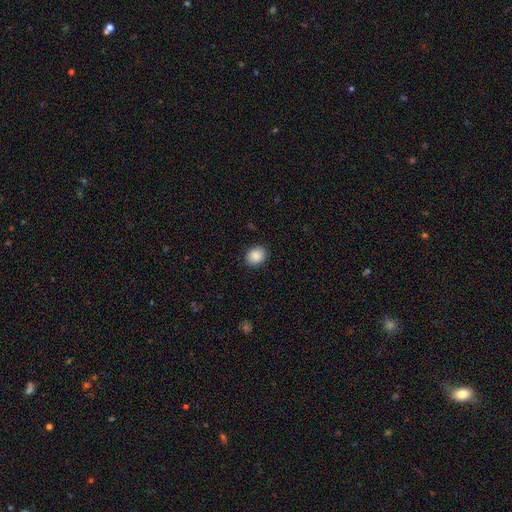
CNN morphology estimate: Smooth or featured? Predicted: smooth (p=0.89). How rounded? Predicted: round (p=0.51). Merging? Predicted: none (p=0.89).